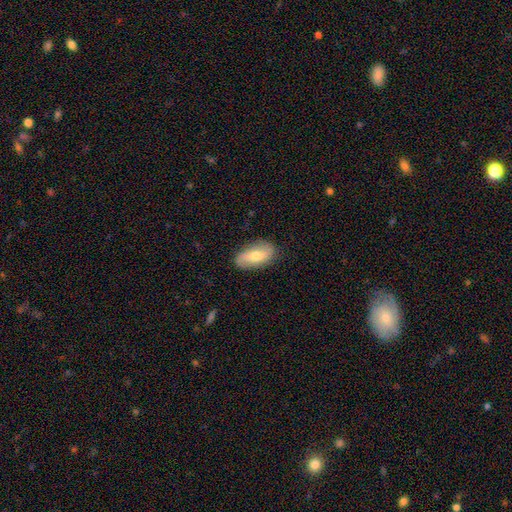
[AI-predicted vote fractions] Morphology: type=smooth (50%); merging=none (84%).